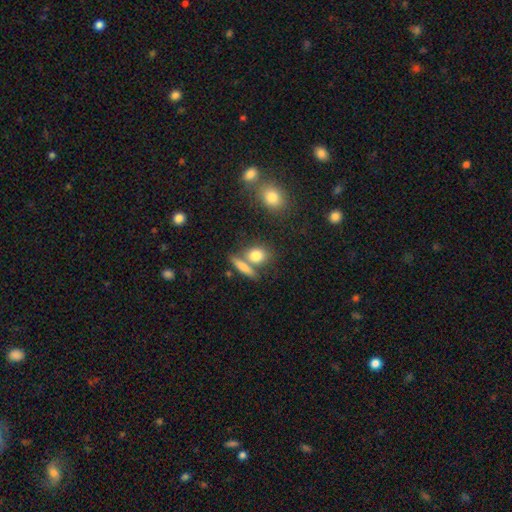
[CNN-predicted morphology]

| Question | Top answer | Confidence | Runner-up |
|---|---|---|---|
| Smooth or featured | smooth | 80% | featured or disk (11%) |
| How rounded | round | 51% | in between (40%) |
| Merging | none | 58% | merger (27%) |